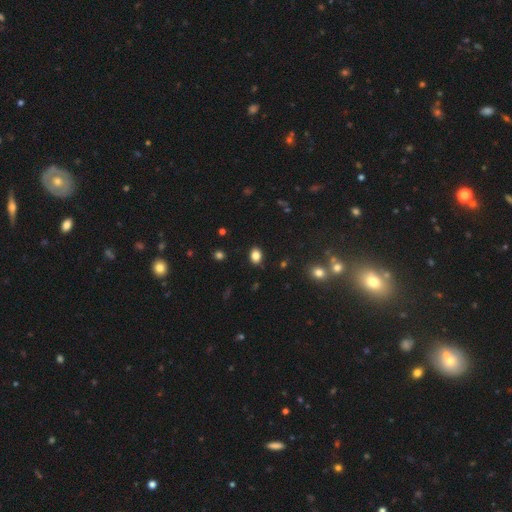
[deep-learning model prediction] A smooth galaxy with no disk features (84%) that is in between round and cigar-shaped (69%). Merging: none (86%).